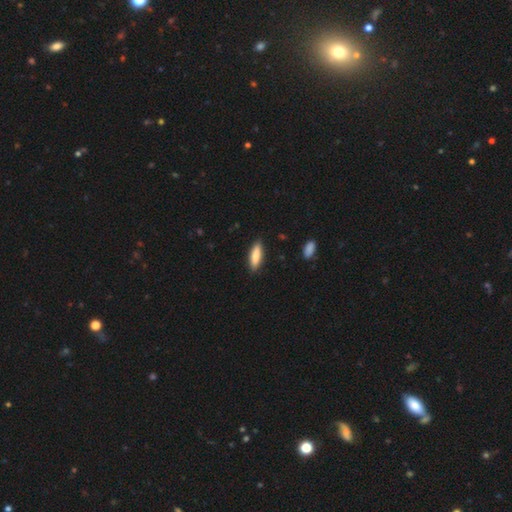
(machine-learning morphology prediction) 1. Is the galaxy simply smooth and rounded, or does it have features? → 82% smooth, 13% featured or disk, 6% star or artifact.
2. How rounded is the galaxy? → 55% cigar-shaped, 44% in between, 2% round.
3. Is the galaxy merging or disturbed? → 87% none, 10% minor disturbance, 2% major disturbance, 1% merger.